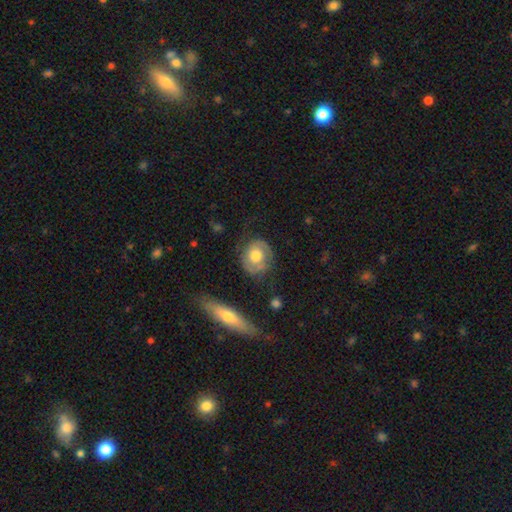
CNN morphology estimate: A featured or disk galaxy (61%) with no bar (76%), spiral arms (79%) and a moderate central bulge (55%).

Vote fractions:
- Smooth or featured? featured or disk: 61% / smooth: 33% / star or artifact: 6%
- Edge-on disk? no: 95% / yes: 5%
- Bar? no: 76% / weak: 20% / strong: 4%
- Spiral arms? yes: 79% / no: 21%
- Bulge size? moderate: 55% / large: 33% / small: 8% / dominant: 2% / none: 2%
- Merging? none: 69% / minor disturbance: 20% / major disturbance: 9% / merger: 2%